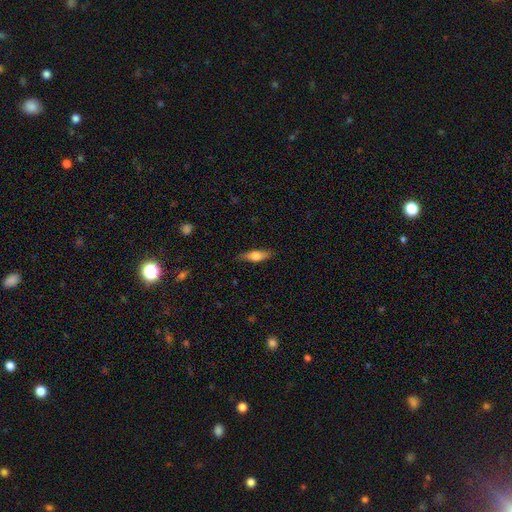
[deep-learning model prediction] Smooth or featured?
  - smooth: 57% *
  - featured or disk: 37%
  - star or artifact: 6%
How rounded?
  - cigar-shaped: 52% *
  - in between: 45%
  - round: 3%
Merging?
  - none: 82% *
  - minor disturbance: 14%
  - major disturbance: 3%
  - merger: 1%